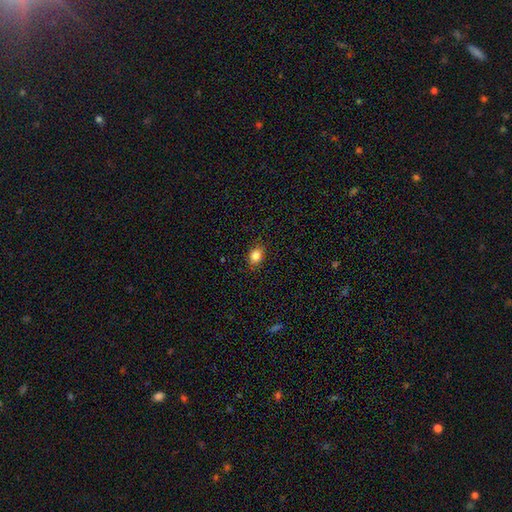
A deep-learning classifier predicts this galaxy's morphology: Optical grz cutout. It shows a smooth galaxy with no disk features (84%) that is in between round and cigar-shaped (53%). Merging: none (86%).